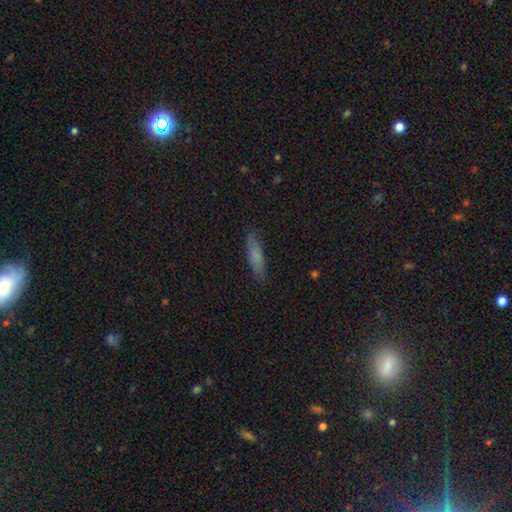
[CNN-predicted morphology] Smooth or featured: smooth — 75% (featured or disk — 17%)
How rounded: cigar-shaped — 77% (in between — 21%)
Merging: none — 86% (minor disturbance — 11%)